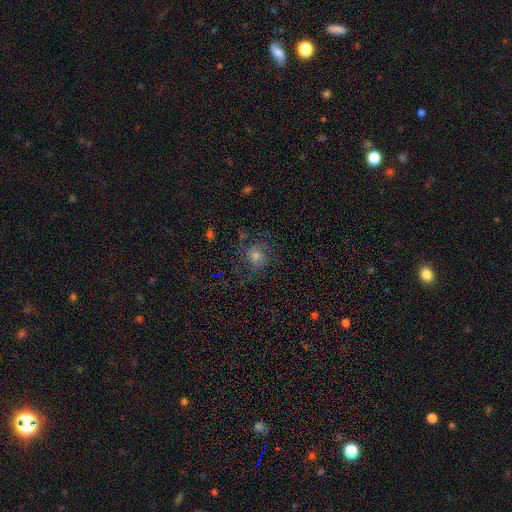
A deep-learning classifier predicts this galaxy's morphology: type=featured or disk (45%); merging=none (68%).